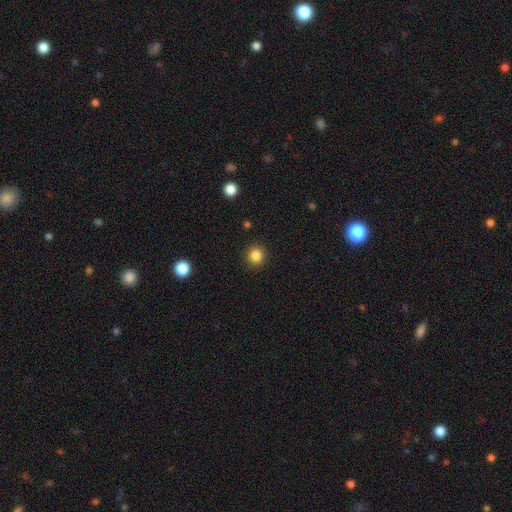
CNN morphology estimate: smooth-or-featured: smooth: 85% | star or artifact: 11% | featured or disk: 4%
  how-rounded: round: 91% | in between: 8% | cigar-shaped: 1%
  merging: none: 91% | minor disturbance: 6% | major disturbance: 2% | merger: 1%